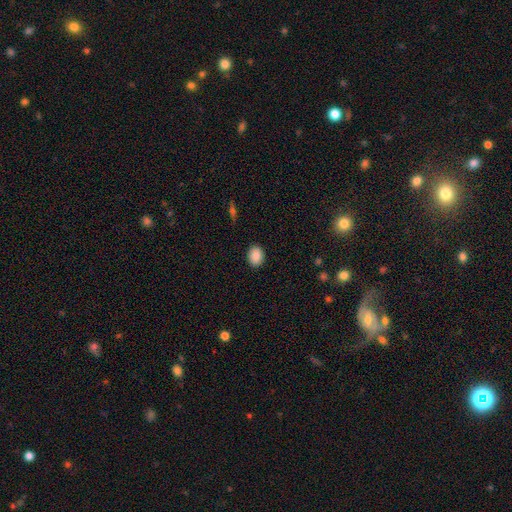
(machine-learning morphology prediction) A smooth galaxy with no disk features (89%) that is in between round and cigar-shaped (66%). Merging: none (89%).